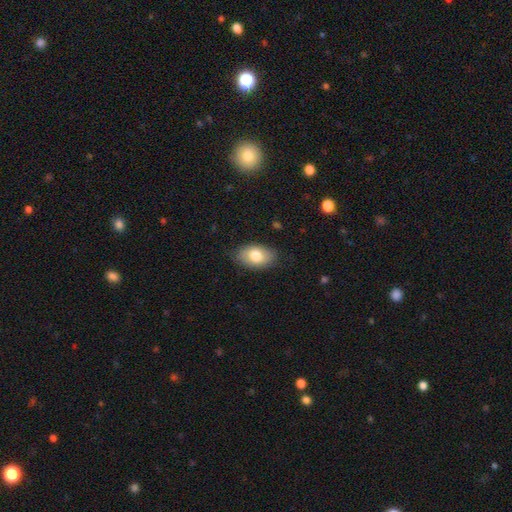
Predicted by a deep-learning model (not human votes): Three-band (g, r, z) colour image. It shows a smooth galaxy with no disk features (78%) that is in between round and cigar-shaped (91%). Merging: none (82%).